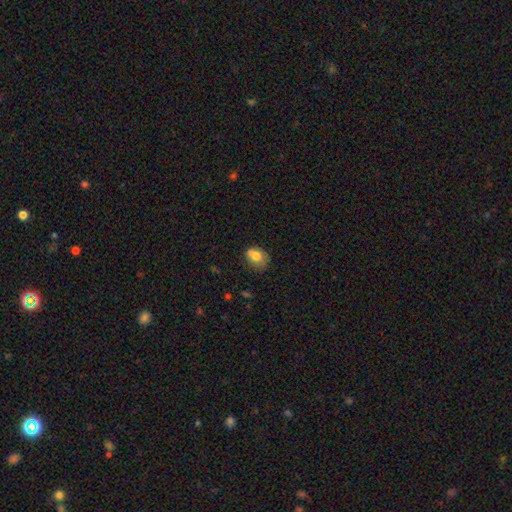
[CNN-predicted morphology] Overall: smooth (73%). How rounded: in between (60%; round 38%). Merging: none (47%; minor disturbance 31%).